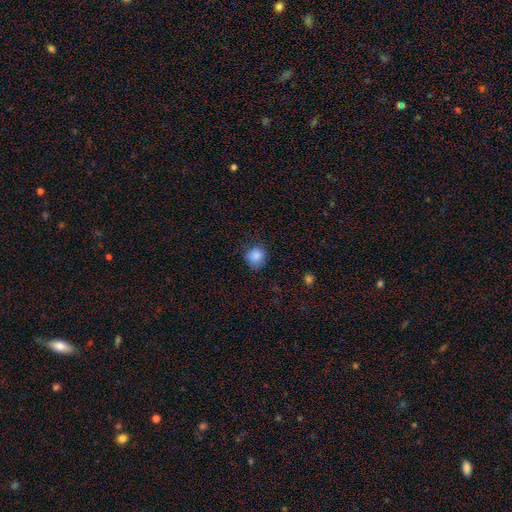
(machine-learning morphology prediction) This appears to be a smooth galaxy with no disk features (86%) that is round (82%). Merging: none (76%).